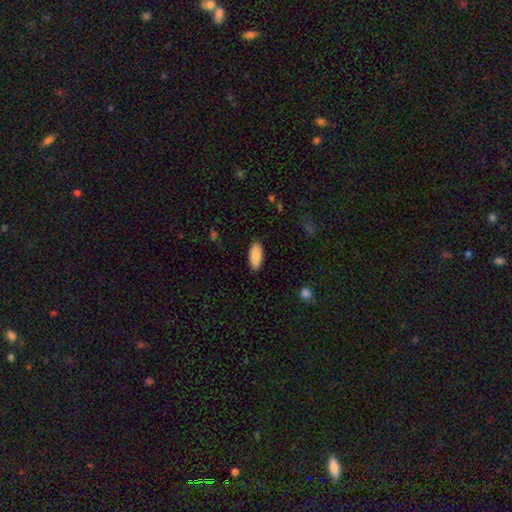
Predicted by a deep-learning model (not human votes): Smooth or featured?
  - smooth: 86% *
  - featured or disk: 8%
  - star or artifact: 6%
How rounded?
  - in between: 86% *
  - cigar-shaped: 13%
  - round: 2%
Merging?
  - none: 88% *
  - minor disturbance: 9%
  - major disturbance: 2%
  - merger: 1%